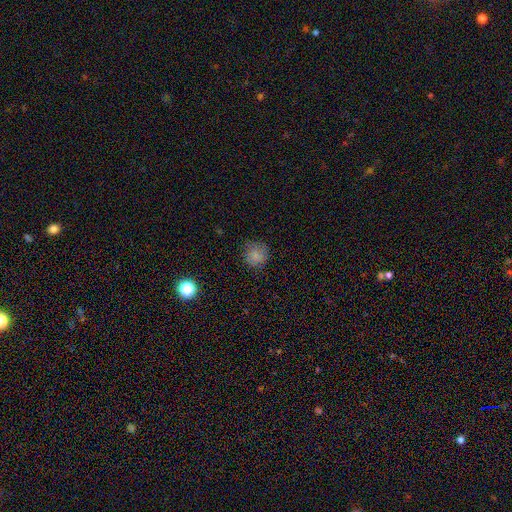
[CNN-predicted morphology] Overall: smooth (79%). How rounded: round (90%). Merging: none (76%).